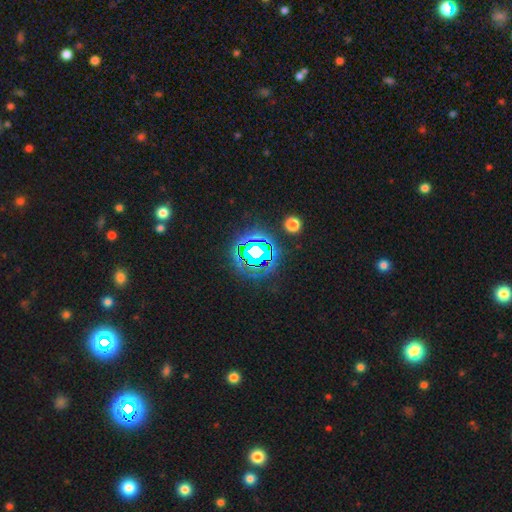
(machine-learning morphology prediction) smooth_or_featured: star or artifact (p=0.73) [alt: smooth p=0.16]